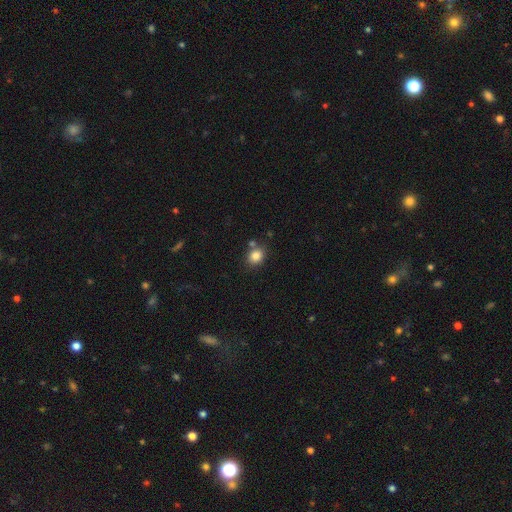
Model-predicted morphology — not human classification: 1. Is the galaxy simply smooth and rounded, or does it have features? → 83% smooth, 11% star or artifact, 6% featured or disk.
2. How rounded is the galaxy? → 65% round, 34% in between, 1% cigar-shaped.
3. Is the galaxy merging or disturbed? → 72% none, 13% minor disturbance, 12% merger, 3% major disturbance.